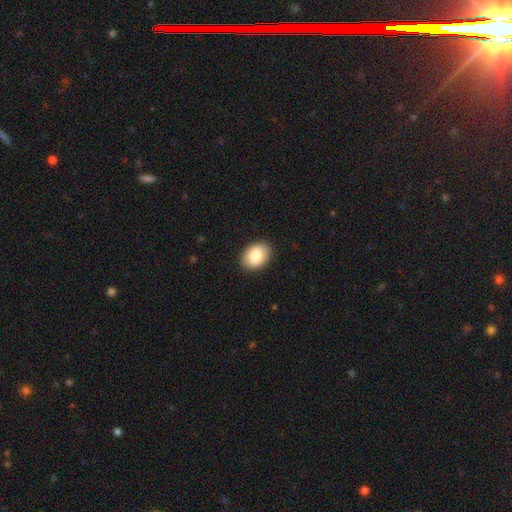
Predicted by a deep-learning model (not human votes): Overall: smooth (84%). How rounded: in between (77%). Merging: none (89%).